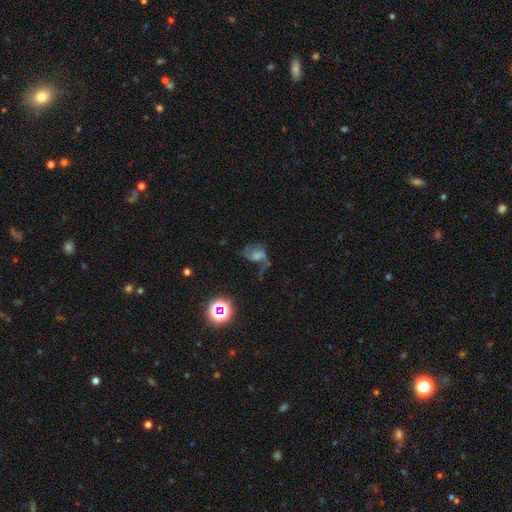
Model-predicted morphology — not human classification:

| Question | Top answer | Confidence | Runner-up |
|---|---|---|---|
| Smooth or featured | featured or disk | 57% | smooth (23%) |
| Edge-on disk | no | 97% | yes (3%) |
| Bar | no | 56% | weak (35%) |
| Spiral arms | yes | 79% | no (21%) |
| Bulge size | small | 30% | tied: moderate (30%) |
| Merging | major disturbance | 38% | none (36%) |